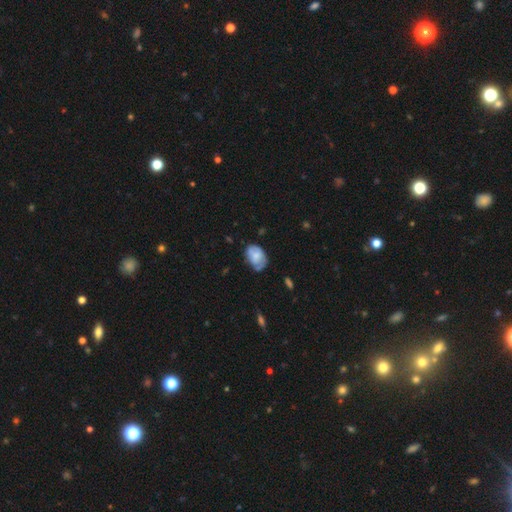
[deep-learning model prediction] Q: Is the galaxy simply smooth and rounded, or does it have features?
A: smooth — 58%.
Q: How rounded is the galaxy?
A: in between — 80%.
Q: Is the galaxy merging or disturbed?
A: none — 51%.